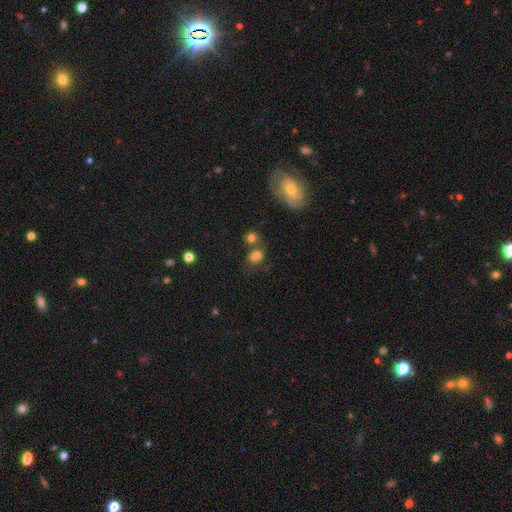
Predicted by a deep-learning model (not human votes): This is likely a smooth galaxy (77%). How rounded: possibly in between (57%). Merging: possibly none (49%).